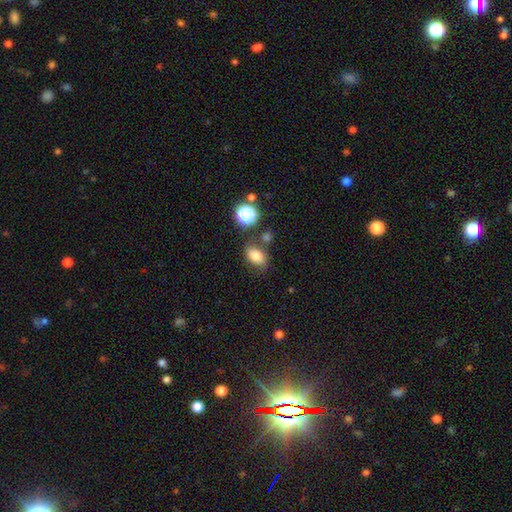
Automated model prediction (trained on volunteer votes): smooth_or_featured: smooth (p=0.78) [alt: star or artifact p=0.12]
how_rounded: in between (p=0.79) [alt: round p=0.20]
merging: none (p=0.67) [alt: minor disturbance p=0.16]